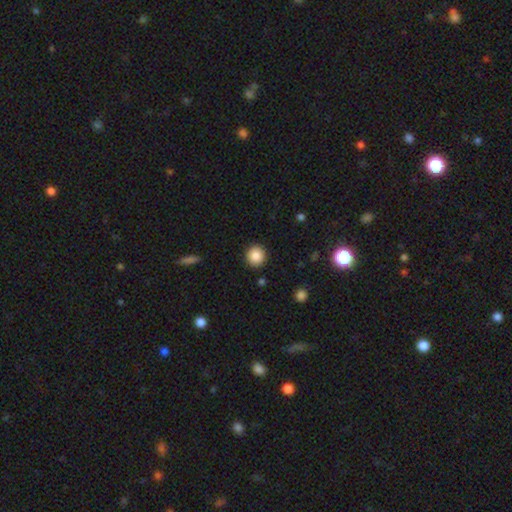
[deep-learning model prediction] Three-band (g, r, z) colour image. It shows a smooth galaxy with no disk features (87%) that is round (91%). Merging: none (91%).